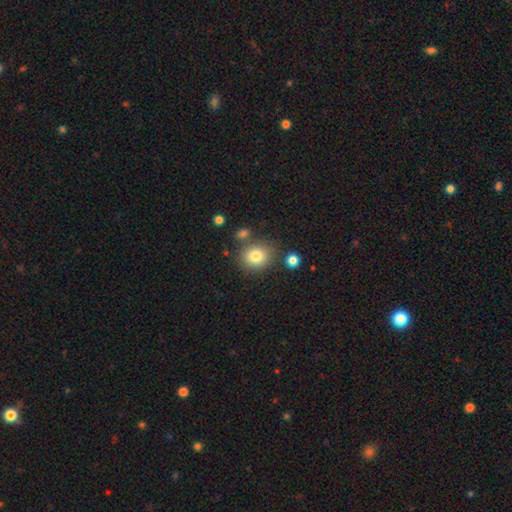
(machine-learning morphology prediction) Smooth or featured?
  - smooth: 81% *
  - star or artifact: 10%
  - featured or disk: 9%
How rounded?
  - round: 69% *
  - in between: 30%
  - cigar-shaped: 1%
Merging?
  - none: 75% *
  - minor disturbance: 12%
  - merger: 9%
  - major disturbance: 4%